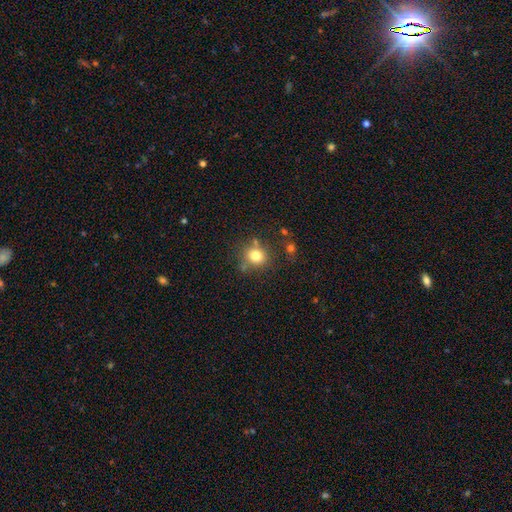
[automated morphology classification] Smooth or featured: smooth — 78% (star or artifact — 13%)
How rounded: round — 78% (in between — 21%)
Merging: none — 72% (minor disturbance — 14%)